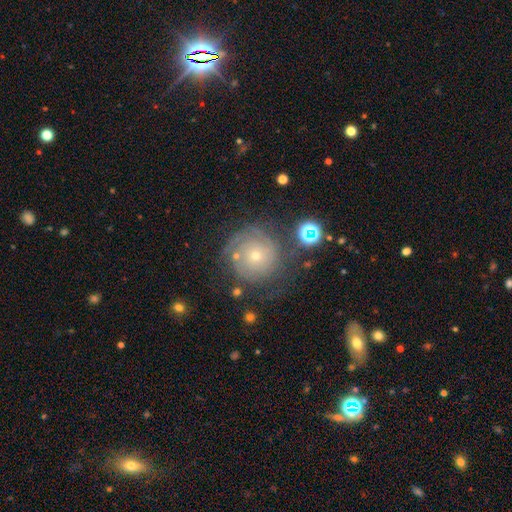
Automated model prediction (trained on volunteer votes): Morphology: type=featured or disk (68%); edge-on=no (97%); bar=no (86%); spiral arms=yes (87%); winding=tight (78%); arm count=can't tell (47%); bulge=small (73%); merging=none (70%).